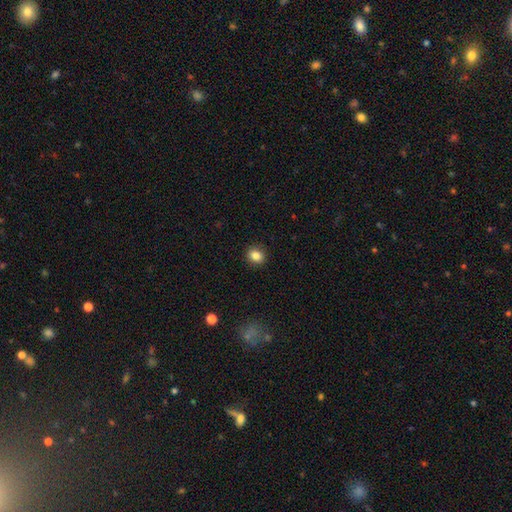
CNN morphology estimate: A smooth galaxy with no disk features (85%) that is round (73%).

Vote fractions:
- Smooth or featured? smooth: 85% / star or artifact: 10% / featured or disk: 5%
- How rounded? round: 73% / in between: 26% / cigar-shaped: 1%
- Merging? none: 91% / minor disturbance: 7% / major disturbance: 2% / merger: 1%